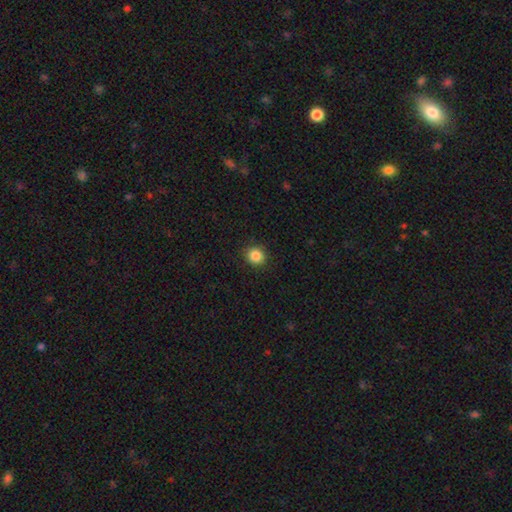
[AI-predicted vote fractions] The model was most divided on "how rounded": round: 87%, in between: 13%, cigar-shaped: 1%. More confident: merging — none (91%); smooth or featured — smooth (86%).